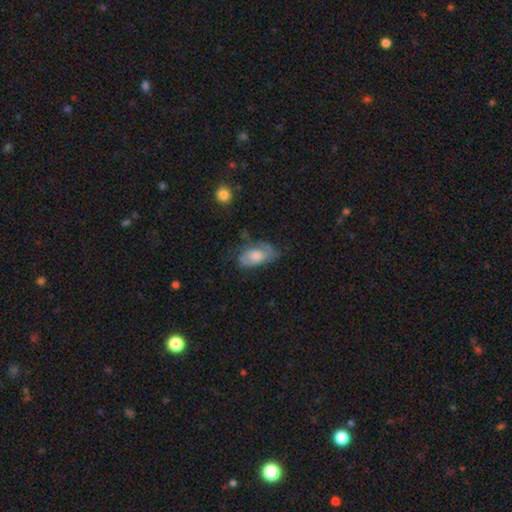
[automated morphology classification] Smooth or featured: featured or disk — 50% (smooth — 42%)
Merging: none — 48% (minor disturbance — 31%)